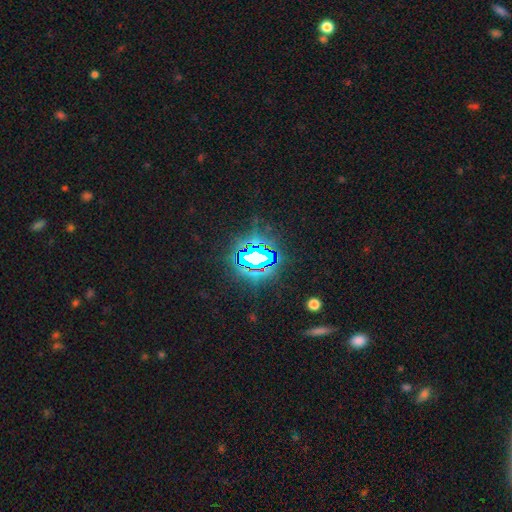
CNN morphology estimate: Smooth or featured?
  - star or artifact: 77% *
  - smooth: 12%
  - featured or disk: 11%